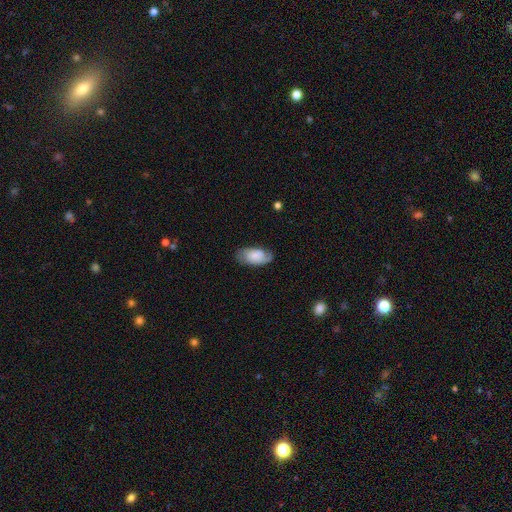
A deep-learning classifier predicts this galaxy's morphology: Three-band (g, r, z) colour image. It shows a smooth galaxy with no disk features (53%) that is in between round and cigar-shaped (93%). Merging: none (70%).